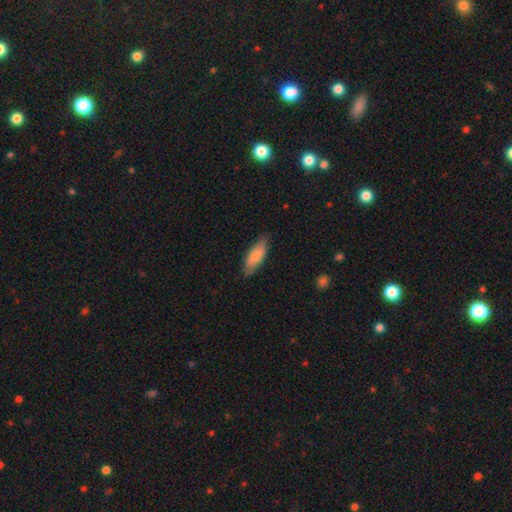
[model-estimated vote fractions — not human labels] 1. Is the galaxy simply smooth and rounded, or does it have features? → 79% smooth, 15% featured or disk, 6% star or artifact.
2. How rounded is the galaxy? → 64% in between, 35% cigar-shaped, 2% round.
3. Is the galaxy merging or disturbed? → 76% none, 20% minor disturbance, 3% major disturbance, 1% merger.